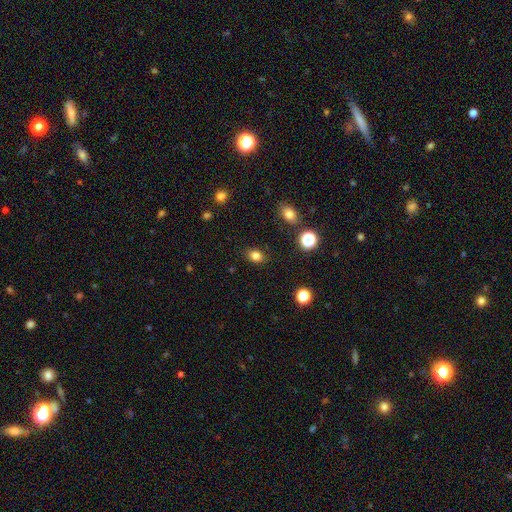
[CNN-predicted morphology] type=smooth (81%); roundness=in between (65%); merging=none (86%).